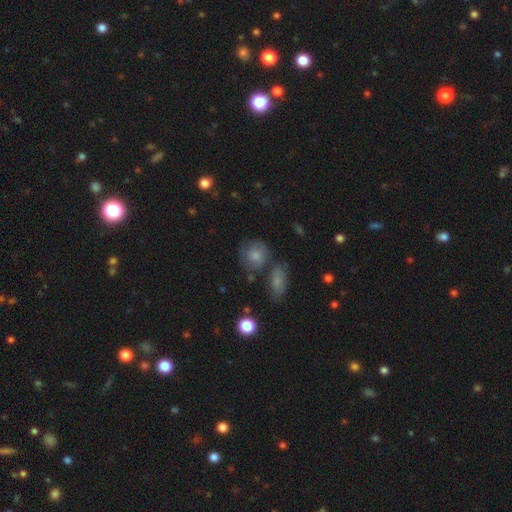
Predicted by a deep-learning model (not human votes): smooth-or-featured: smooth: 74% | featured or disk: 17% | star or artifact: 9%
  how-rounded: round: 80% | in between: 19% | cigar-shaped: 1%
  merging: none: 58% | minor disturbance: 18% | merger: 16% | major disturbance: 8%